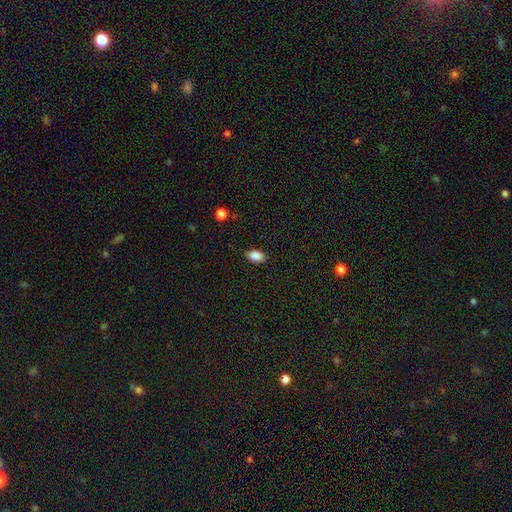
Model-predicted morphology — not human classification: The model was most divided on "merging": none: 87%, minor disturbance: 9%, major disturbance: 2%, merger: 1%. More confident: how rounded — in between (90%); smooth or featured — smooth (87%).